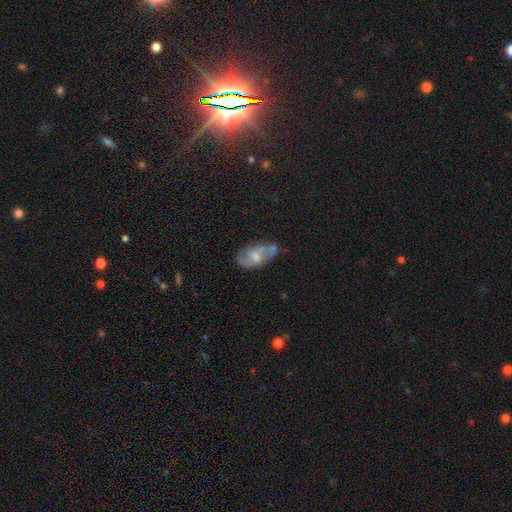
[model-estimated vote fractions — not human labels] This is likely a featured or disk galaxy (64%). It is clearly not viewed edge-on (95%). Bar: possibly weak (48%). Spiral arm pattern: likely yes (79%). Central bulge: possibly moderate (46%). Merging: possibly none (51%).